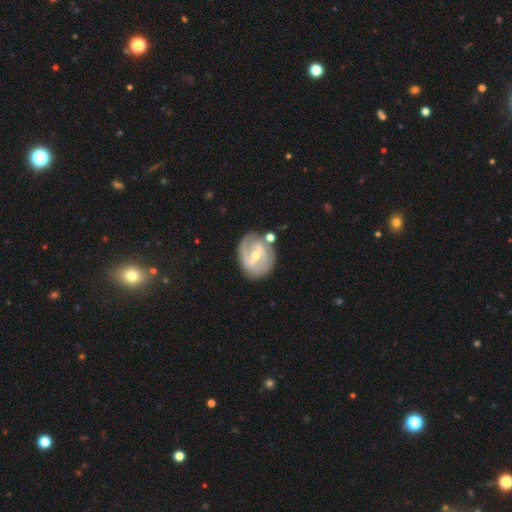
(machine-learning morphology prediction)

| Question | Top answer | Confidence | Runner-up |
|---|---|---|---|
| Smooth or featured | featured or disk | 81% | smooth (14%) |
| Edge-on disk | no | 96% | yes (4%) |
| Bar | weak | 47% | strong (38%) |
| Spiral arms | yes | 88% | no (12%) |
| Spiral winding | tight | 49% | medium (38%) |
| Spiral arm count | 2 | 70% | can't tell (14%) |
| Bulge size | moderate | 59% | small (36%) |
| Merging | none | 69% | minor disturbance (17%) |